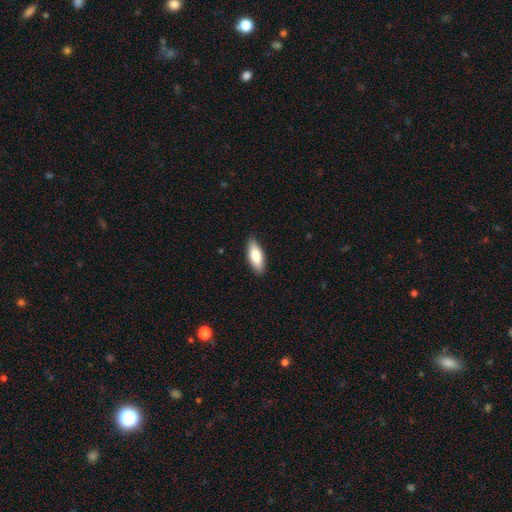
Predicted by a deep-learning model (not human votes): A smooth galaxy with no disk features (77%) that is in between round and cigar-shaped (70%).

Vote fractions:
- Smooth or featured? smooth: 77% / featured or disk: 17% / star or artifact: 6%
- How rounded? in between: 70% / cigar-shaped: 28% / round: 2%
- Merging? none: 89% / minor disturbance: 9% / major disturbance: 2% / merger: 1%